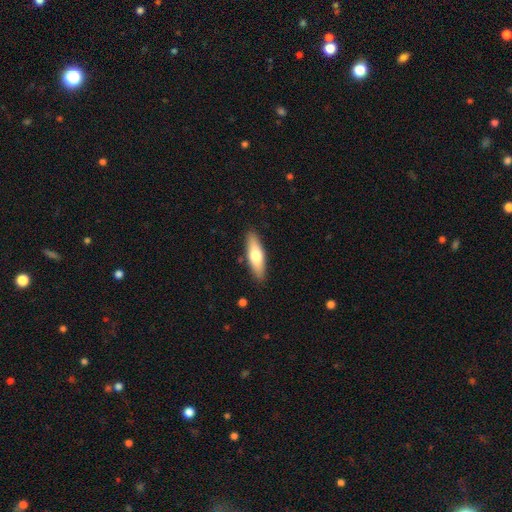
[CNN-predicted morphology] Overall: smooth (63%; featured or disk 31%). How rounded: cigar-shaped (55%; in between 43%). Merging: none (88%).